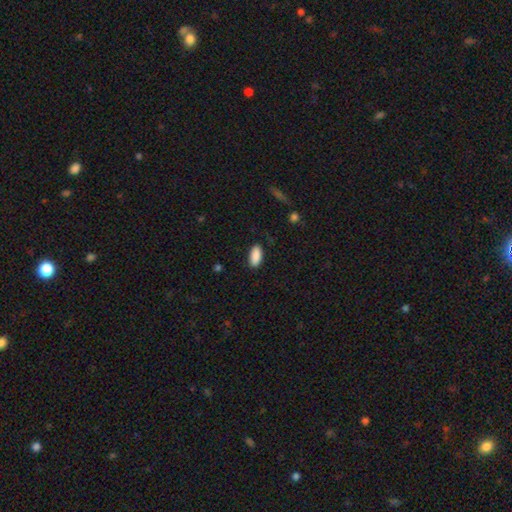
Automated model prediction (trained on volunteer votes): Q: Smooth or featured?
A: smooth (90%); runner-up: star or artifact (7%)
Q: How rounded?
A: in between (88%); runner-up: cigar-shaped (10%)
Q: Merging?
A: none (86%); runner-up: minor disturbance (11%)